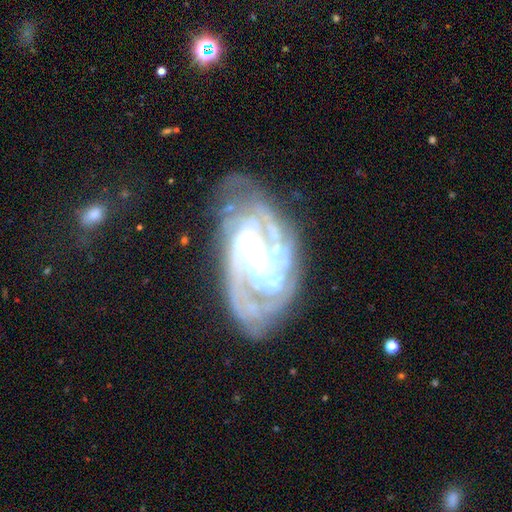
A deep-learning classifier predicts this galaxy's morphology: Smooth or featured? Predicted: featured or disk (p=0.88). Edge-on disk? Predicted: no (p=0.96). Bar? Predicted: strong (p=0.54). Spiral arms? Predicted: yes (p=0.95). Spiral winding? Predicted: tight (p=0.62). Spiral arm count? Predicted: 2 (p=0.30). Bulge size? Predicted: moderate (p=0.46). Merging? Predicted: none (p=0.64).